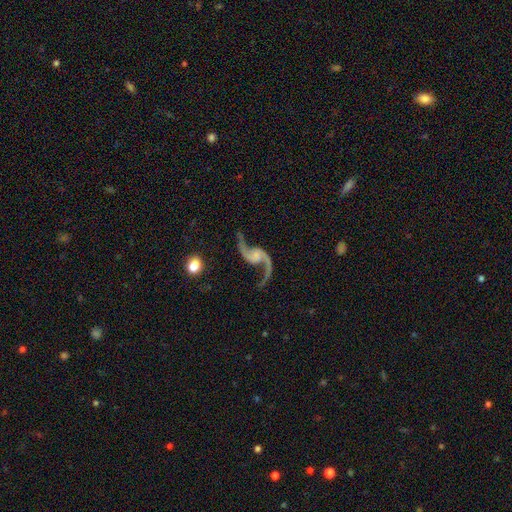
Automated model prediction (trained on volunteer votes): Overall: featured or disk (92%). Edge-on disk: no (97%). Bar: no (57%; weak 33%). Spiral arms: yes (98%). Spiral arm count: 2 (94%). Spiral winding: loose (88%). Bulge size: none (48%; small 29%). Merging: none (74%).